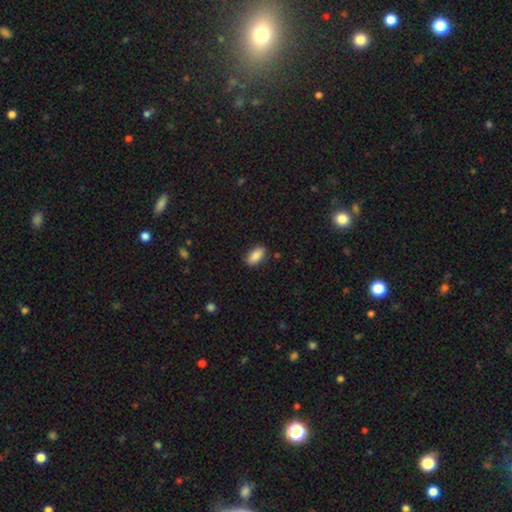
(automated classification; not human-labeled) Smooth or featured?
  - smooth: 89% *
  - star or artifact: 7%
  - featured or disk: 4%
How rounded?
  - in between: 90% *
  - cigar-shaped: 7%
  - round: 3%
Merging?
  - none: 87% *
  - minor disturbance: 9%
  - major disturbance: 2%
  - merger: 1%